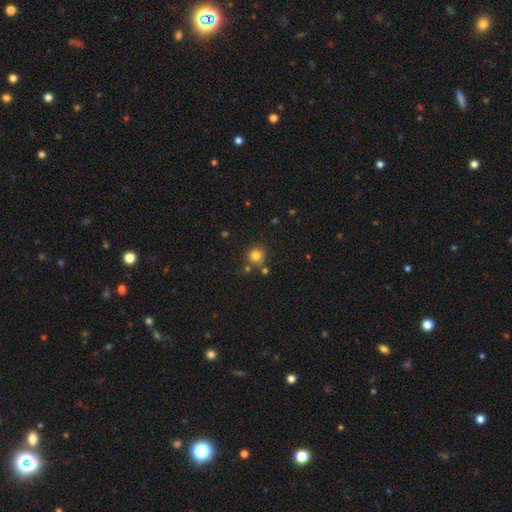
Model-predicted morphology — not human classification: A smooth galaxy with no disk features (80%) that is round (86%).

Vote fractions:
- Smooth or featured? smooth: 80% / star or artifact: 13% / featured or disk: 7%
- How rounded? round: 86% / in between: 13% / cigar-shaped: 1%
- Merging? none: 68% / merger: 14% / minor disturbance: 13% / major disturbance: 5%